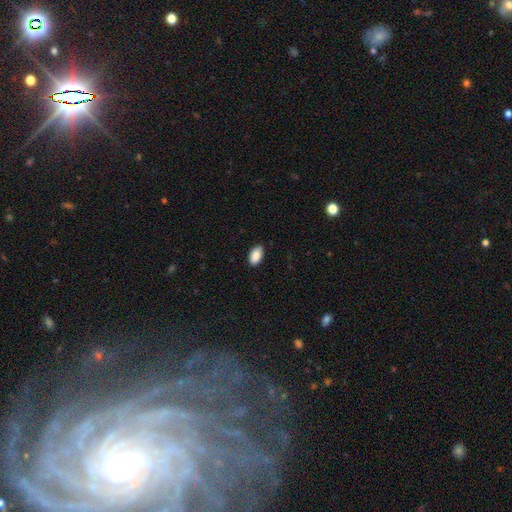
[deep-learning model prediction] A smooth galaxy with no disk features (90%) that is in between round and cigar-shaped (95%). Merging: none (87%).